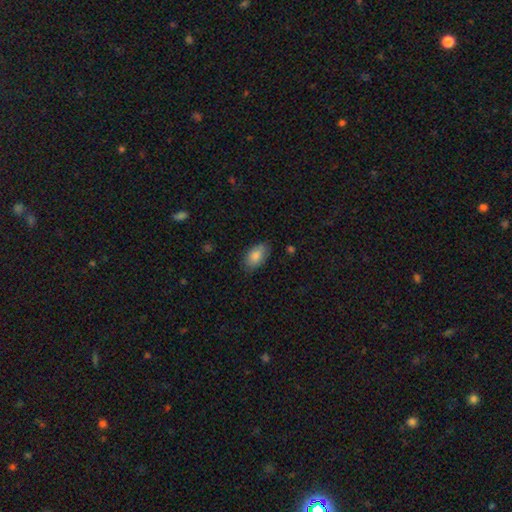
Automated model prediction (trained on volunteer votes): Smooth or featured? Predicted: smooth (p=0.85). How rounded? Predicted: in between (p=0.94). Merging? Predicted: none (p=0.80).